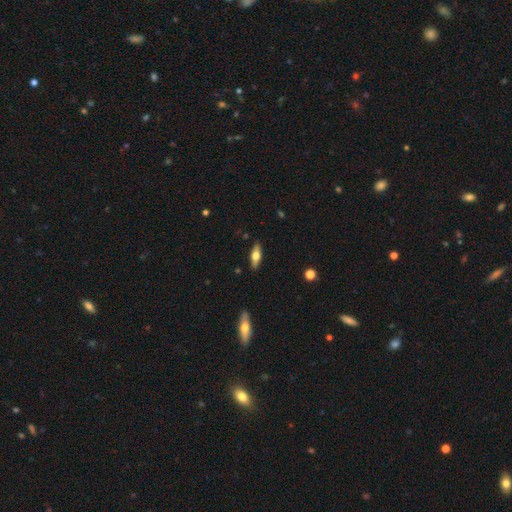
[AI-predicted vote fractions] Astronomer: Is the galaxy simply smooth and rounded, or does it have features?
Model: smooth — 50% (runner-up: featured or disk, 44%).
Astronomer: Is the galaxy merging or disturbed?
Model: none — 88%.